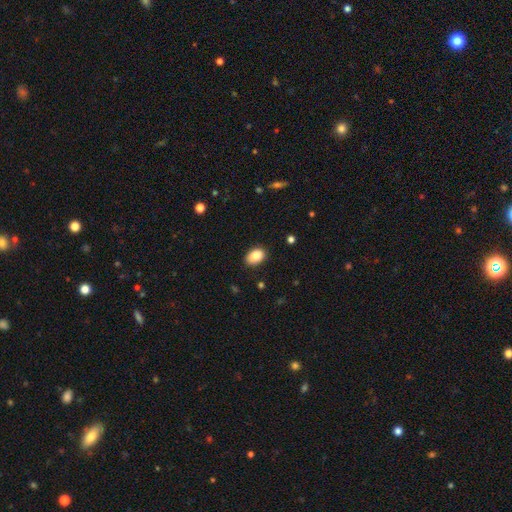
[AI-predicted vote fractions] Smooth or featured: smooth — 86% (star or artifact — 8%)
How rounded: in between — 84% (round — 15%)
Merging: none — 85% (minor disturbance — 11%)